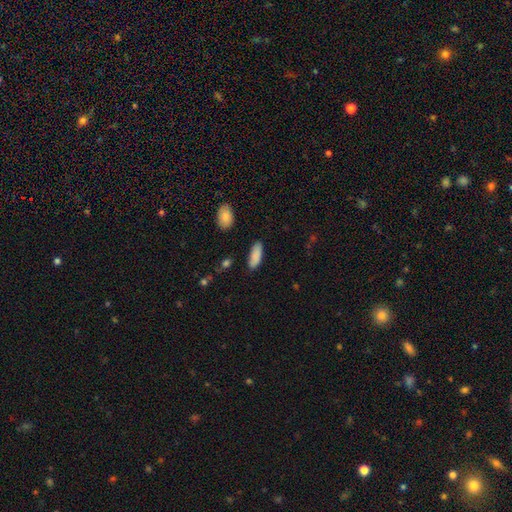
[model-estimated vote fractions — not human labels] Smooth or featured: smooth — 88% (star or artifact — 6%)
How rounded: in between — 72% (cigar-shaped — 26%)
Merging: none — 84% (minor disturbance — 11%)